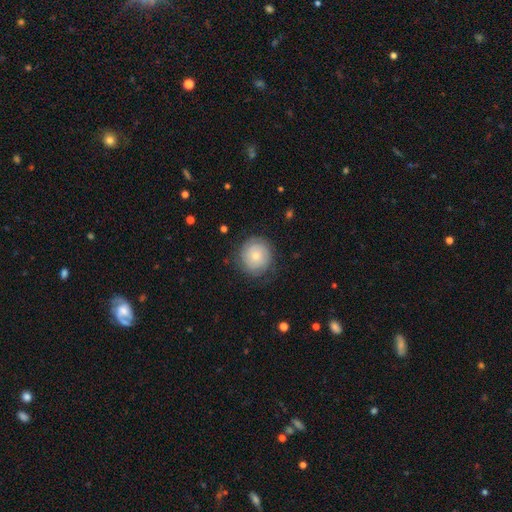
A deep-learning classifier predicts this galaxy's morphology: Smooth or featured? Predicted: smooth (p=0.50). Merging? Predicted: none (p=0.75).